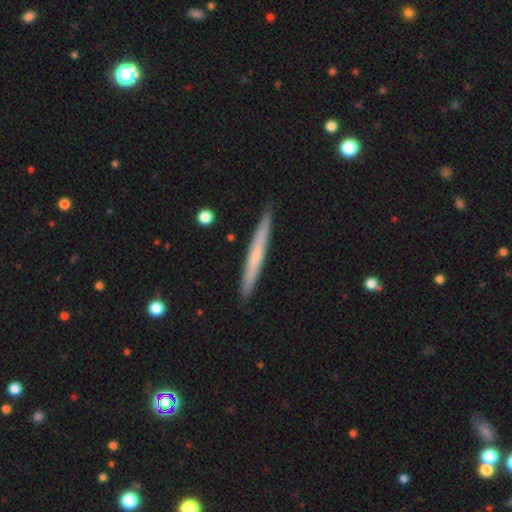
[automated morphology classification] smooth 49%, featured or disk 45%, star or artifact 6%. Down the decision tree: merging — none (91%).